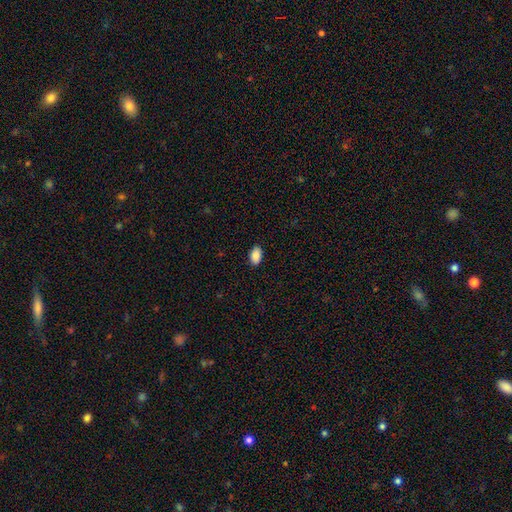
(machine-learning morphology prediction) smooth 89%, star or artifact 7%, featured or disk 4%. Down the decision tree: how rounded — in between (94%); merging — none (88%).